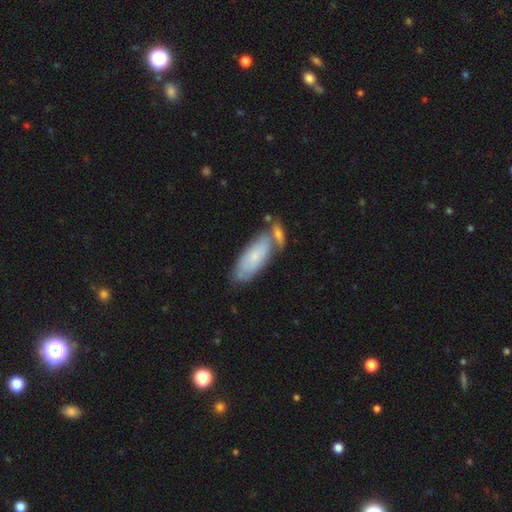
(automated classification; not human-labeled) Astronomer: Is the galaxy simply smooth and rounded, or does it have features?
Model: smooth — 63%.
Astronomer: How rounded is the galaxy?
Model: in between — 77%.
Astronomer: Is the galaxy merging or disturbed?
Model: none — 45% (runner-up: merger, 32%).